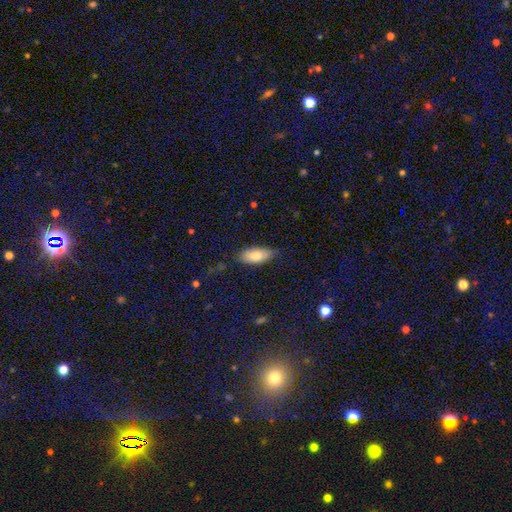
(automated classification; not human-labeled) Smooth or featured? Predicted: smooth (p=0.79). How rounded? Predicted: in between (p=0.86). Merging? Predicted: none (p=0.76).